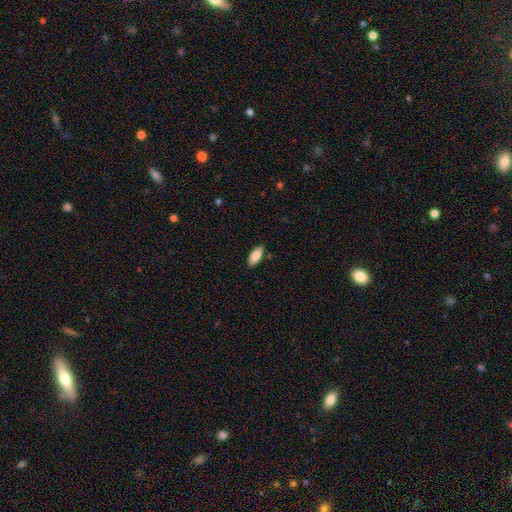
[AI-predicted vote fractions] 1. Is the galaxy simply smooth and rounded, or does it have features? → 79% smooth, 14% featured or disk, 6% star or artifact.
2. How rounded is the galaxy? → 85% in between, 13% cigar-shaped, 2% round.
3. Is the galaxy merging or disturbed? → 85% none, 11% minor disturbance, 2% major disturbance, 2% merger.